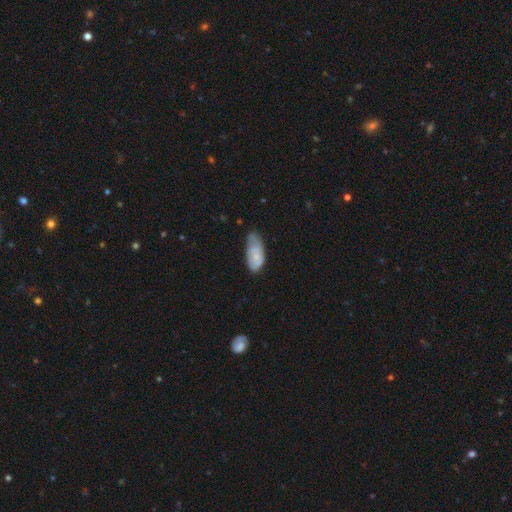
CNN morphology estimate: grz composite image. It shows a smooth galaxy with no disk features (61%) that is in between round and cigar-shaped (88%). Merging: minor disturbance (45%).